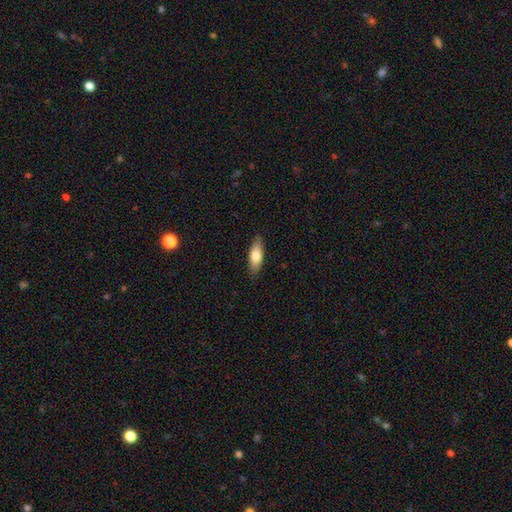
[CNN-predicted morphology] This is likely a smooth galaxy (73%). How rounded: likely in between (66%). Merging: clearly none (87%).